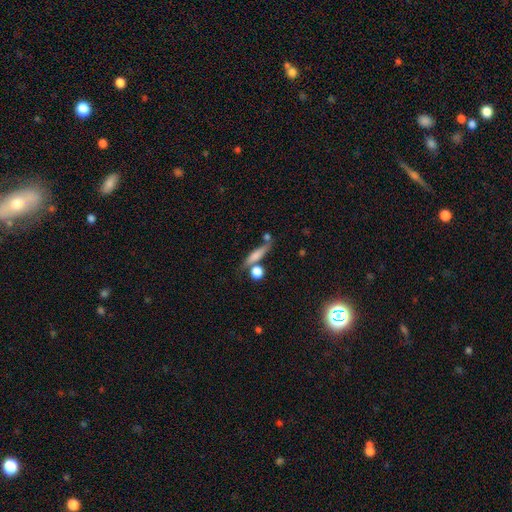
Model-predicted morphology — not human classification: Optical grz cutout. It shows a smooth galaxy with no disk features (65%) that is cigar-shaped (70%). Merging: none (60%).